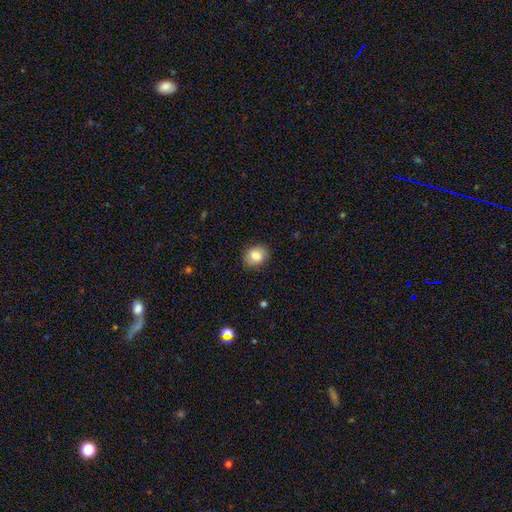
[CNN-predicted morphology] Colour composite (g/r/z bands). It shows a smooth galaxy with no disk features (83%) that is round (51%). Merging: none (85%).